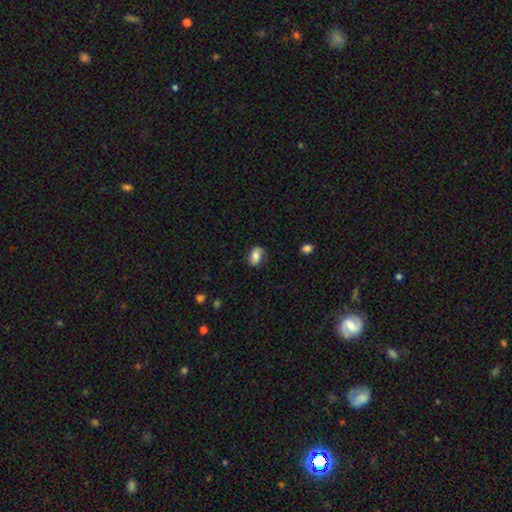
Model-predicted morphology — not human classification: Smooth or featured? smooth (72%)
How rounded? in between (88%)
Merging? none (72%)